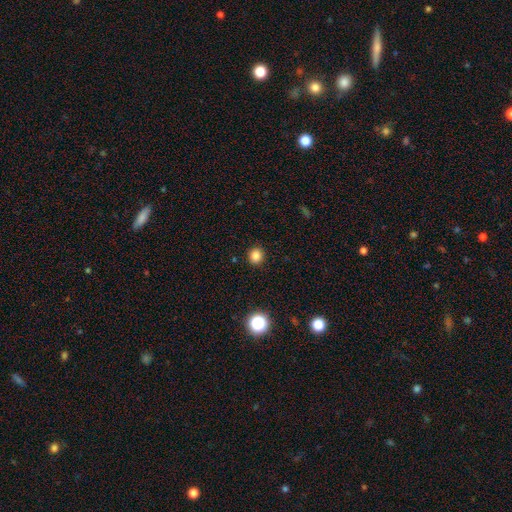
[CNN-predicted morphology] type=smooth (83%); roundness=round (87%); merging=none (92%).